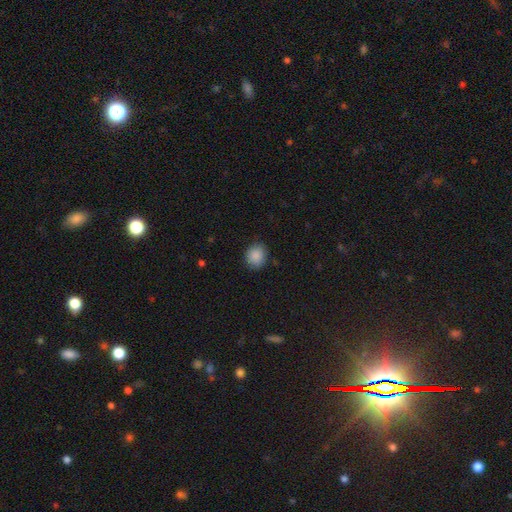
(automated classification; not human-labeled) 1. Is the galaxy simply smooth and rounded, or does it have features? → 88% smooth, 8% star or artifact, 4% featured or disk.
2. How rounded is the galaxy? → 78% round, 21% in between, 1% cigar-shaped.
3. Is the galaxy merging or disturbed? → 83% none, 13% minor disturbance, 3% major disturbance, 1% merger.